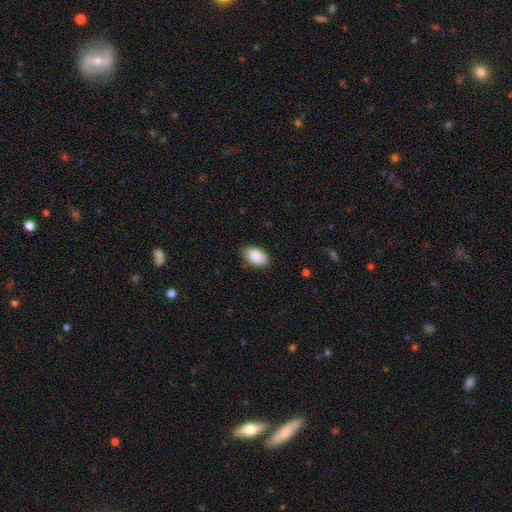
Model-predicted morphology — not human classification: Smooth or featured?
  - smooth: 89% *
  - star or artifact: 7%
  - featured or disk: 5%
How rounded?
  - in between: 92% *
  - round: 7%
  - cigar-shaped: 1%
Merging?
  - none: 81% *
  - minor disturbance: 16%
  - major disturbance: 3%
  - merger: 1%